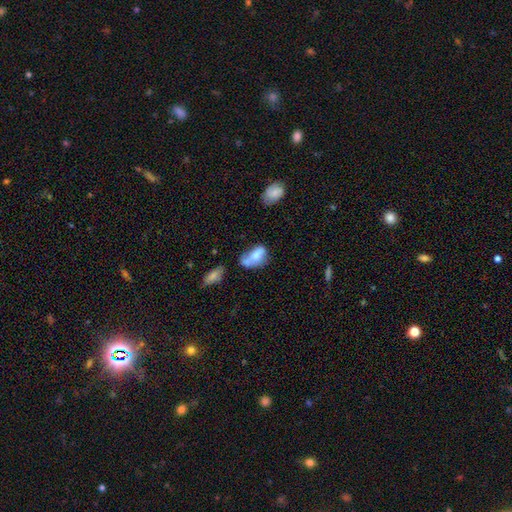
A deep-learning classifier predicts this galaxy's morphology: type=smooth (65%); roundness=in between (88%); merging=merger (28%).